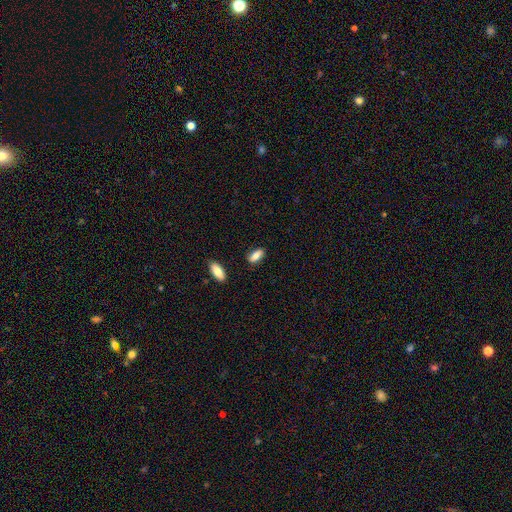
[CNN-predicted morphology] Overall: smooth (78%). How rounded: in between (79%). Merging: none (82%).